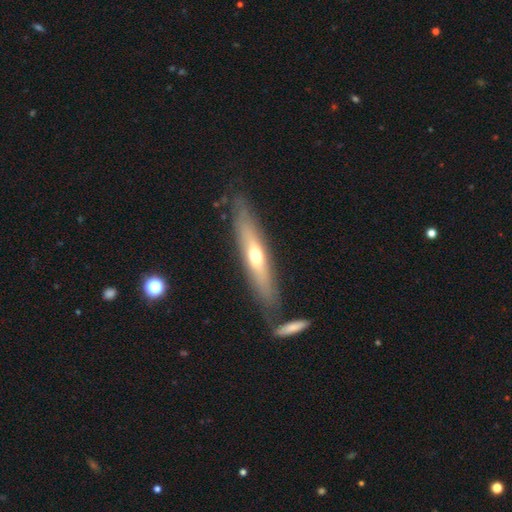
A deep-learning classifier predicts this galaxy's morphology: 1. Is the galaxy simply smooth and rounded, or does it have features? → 50% featured or disk, 43% smooth, 6% star or artifact.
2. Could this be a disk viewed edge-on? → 74% yes, 26% no.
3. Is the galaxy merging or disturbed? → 78% none, 12% minor disturbance, 6% merger, 4% major disturbance.